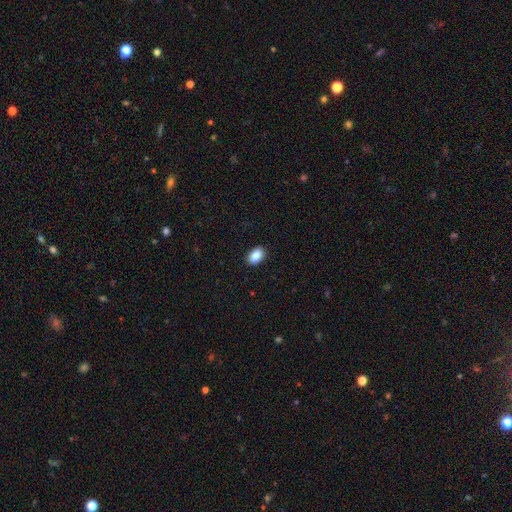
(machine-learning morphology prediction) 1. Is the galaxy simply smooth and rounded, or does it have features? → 89% smooth, 7% star or artifact, 4% featured or disk.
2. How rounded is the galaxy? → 90% in between, 9% round, 1% cigar-shaped.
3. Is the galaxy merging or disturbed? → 90% none, 7% minor disturbance, 2% major disturbance, 1% merger.